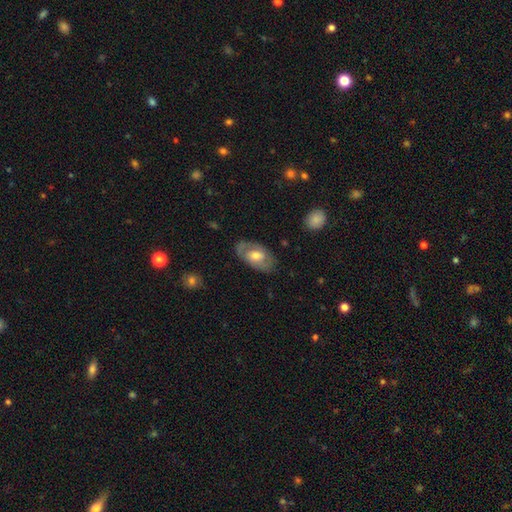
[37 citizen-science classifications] Smooth or featured: featured or disk — 65% (smooth — 35%)
Edge-on disk: no — 79% (yes — 21%)
Bar: no — 53% (weak — 32%)
Spiral arms: no — 53% (yes — 47%)
Bulge size: moderate — 74% (large — 11%)
Merging: none — 59% (minor disturbance — 24%)